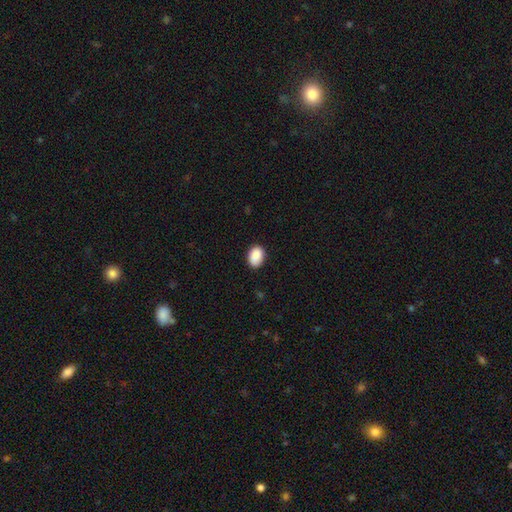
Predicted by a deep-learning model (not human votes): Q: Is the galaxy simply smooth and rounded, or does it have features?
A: smooth — 90%.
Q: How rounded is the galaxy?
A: in between — 82%.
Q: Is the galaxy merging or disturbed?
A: none — 85%.